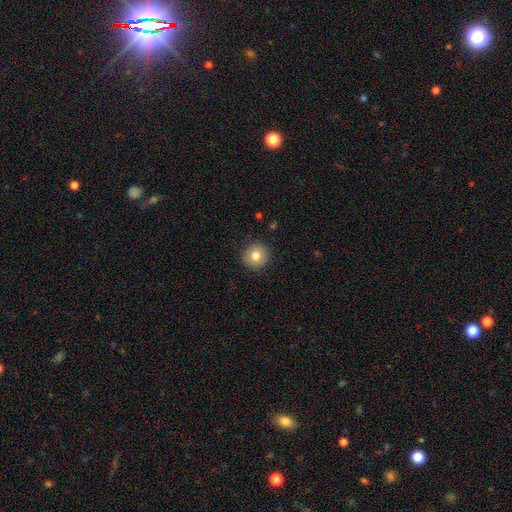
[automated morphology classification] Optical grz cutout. It shows a smooth galaxy with no disk features (81%) that is round (93%). Merging: none (90%).